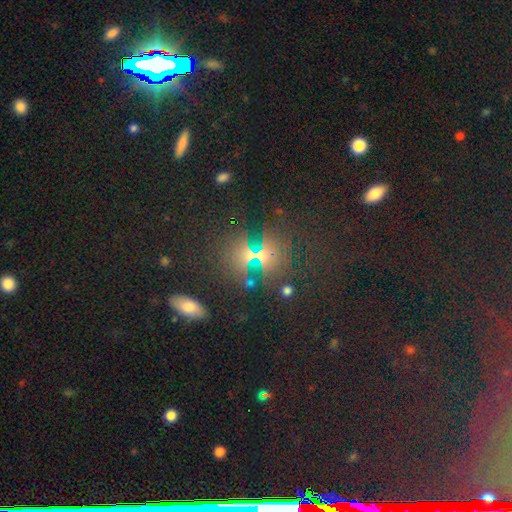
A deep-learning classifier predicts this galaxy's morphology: A star or artifact, not a galaxy (52%).